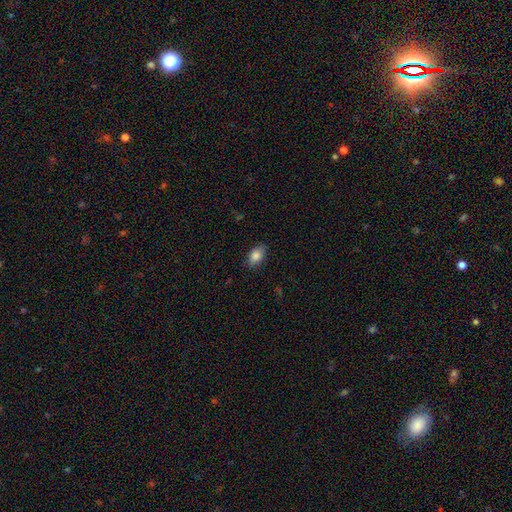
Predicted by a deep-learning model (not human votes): smooth_or_featured: smooth (p=0.84) [alt: featured or disk p=0.08]
how_rounded: in between (p=0.87) [alt: round p=0.11]
merging: none (p=0.82) [alt: minor disturbance p=0.14]